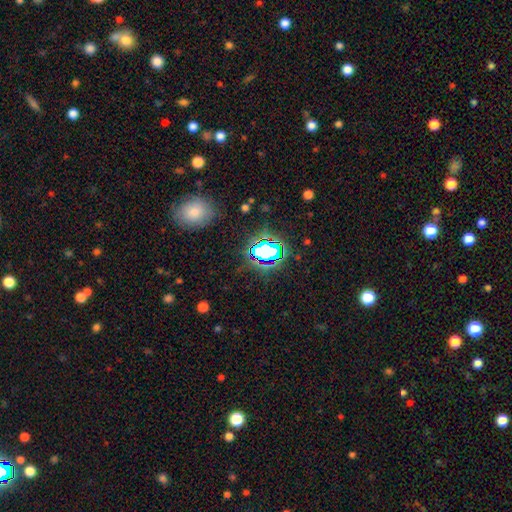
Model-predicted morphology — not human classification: A star or artifact, not a galaxy (65%).